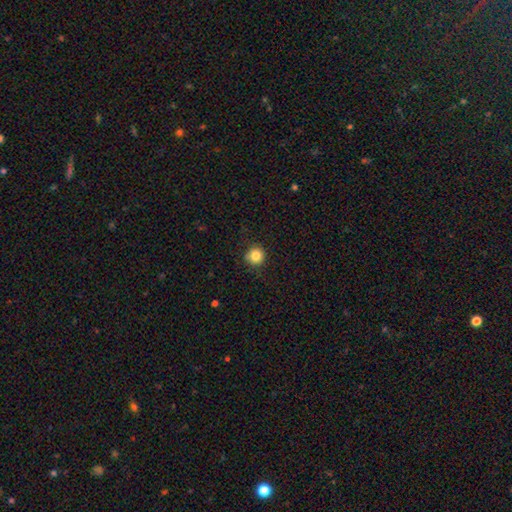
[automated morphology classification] Q: Smooth or featured?
A: smooth (84%); runner-up: star or artifact (10%)
Q: How rounded?
A: round (94%); runner-up: in between (6%)
Q: Merging?
A: none (86%); runner-up: minor disturbance (11%)